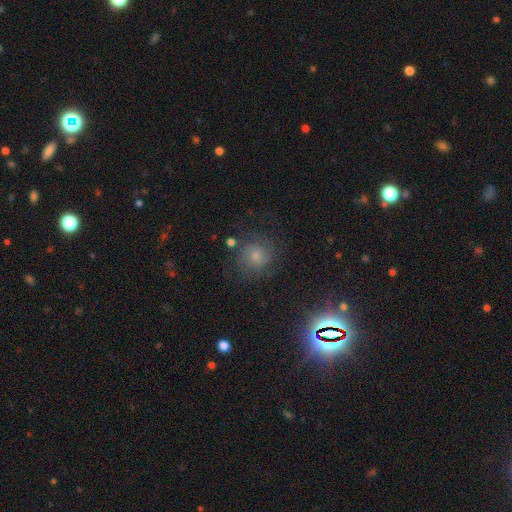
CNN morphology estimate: smooth-or-featured: smooth: 51% | featured or disk: 28% | star or artifact: 21%
  how-rounded: round: 86% | in between: 13% | cigar-shaped: 1%
  merging: none: 71% | minor disturbance: 16% | major disturbance: 10% | merger: 3%